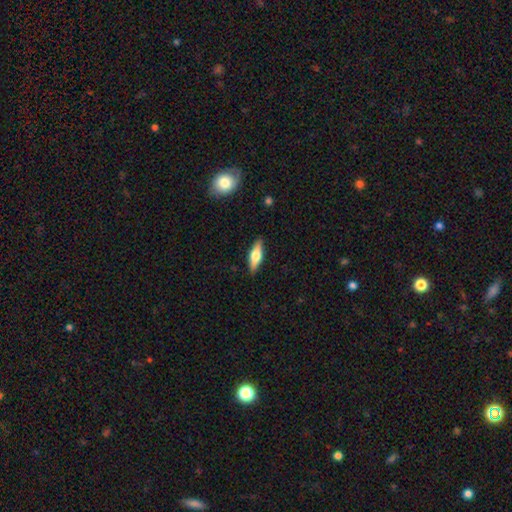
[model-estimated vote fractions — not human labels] Morphology: type=smooth (54%); roundness=in between (53%); merging=none (88%).